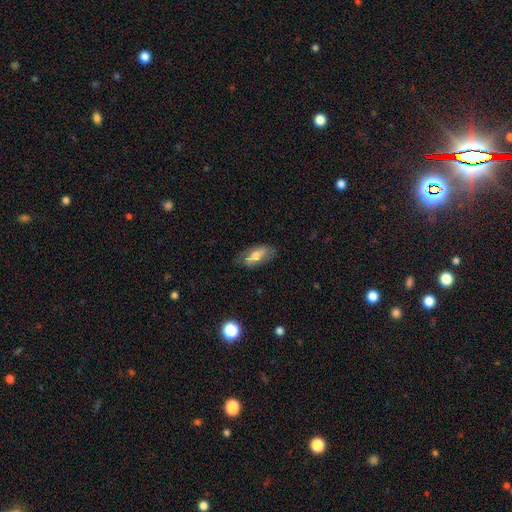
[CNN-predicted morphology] type=smooth (58%); roundness=in between (79%); merging=none (67%).